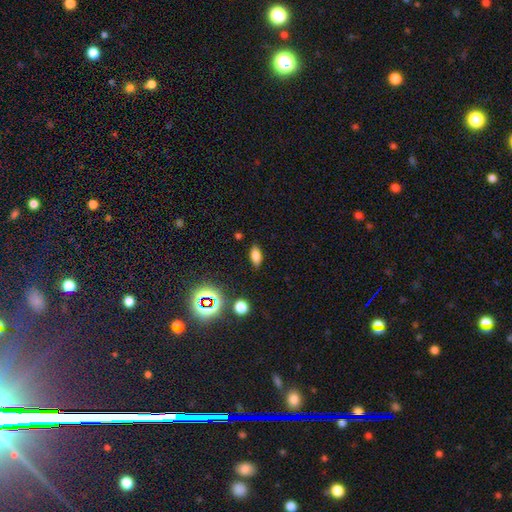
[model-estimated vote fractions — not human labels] smooth-or-featured: smooth: 75% | star or artifact: 15% | featured or disk: 10%
  how-rounded: in between: 81% | cigar-shaped: 13% | round: 6%
  merging: none: 86% | minor disturbance: 10% | major disturbance: 3% | merger: 2%